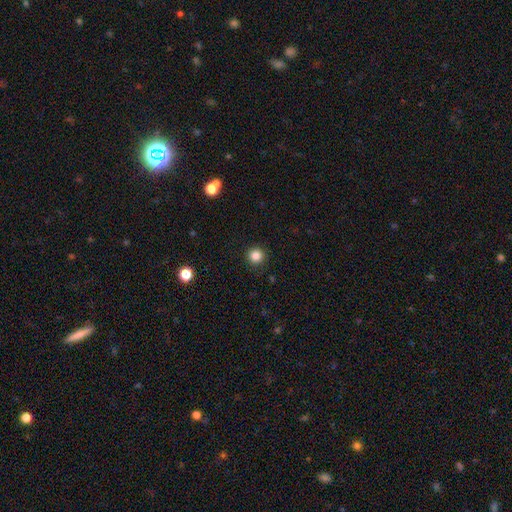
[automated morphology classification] This appears to be a smooth galaxy with no disk features (85%) that is round (95%). Merging: none (92%).